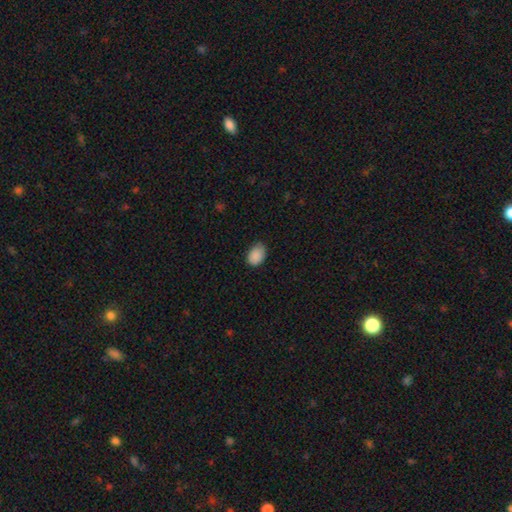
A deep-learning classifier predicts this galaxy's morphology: This is clearly a smooth galaxy (89%). How rounded: clearly in between (81%). Merging: likely none (71%).